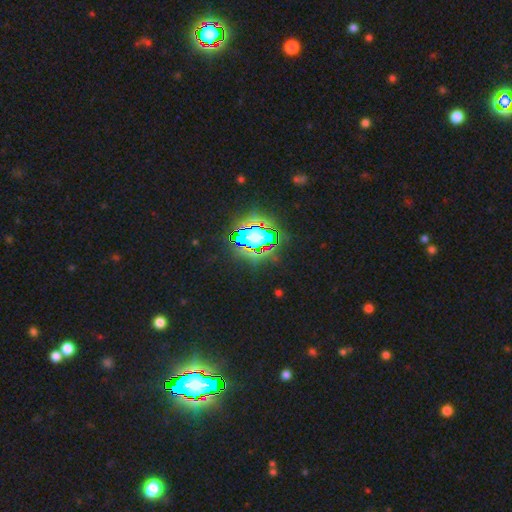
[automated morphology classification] type=star or artifact (84%).